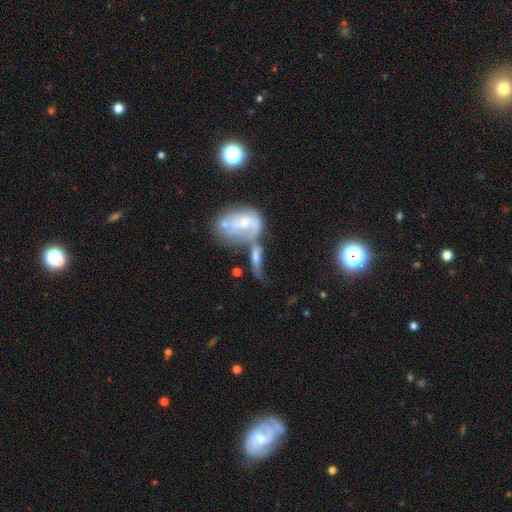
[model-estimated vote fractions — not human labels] smooth-or-featured: featured or disk: 52% | smooth: 34% | star or artifact: 14%
  disk-edge-on: no: 66% | yes: 34%
  merging: merger: 45% | none: 28% | minor disturbance: 14% | major disturbance: 13%